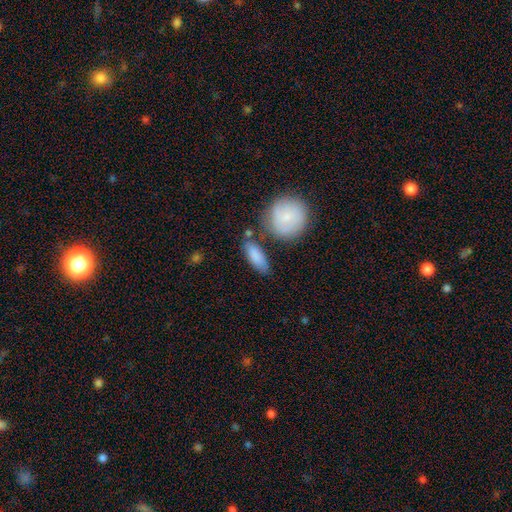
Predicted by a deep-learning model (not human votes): Overall: smooth (83%). How rounded: in between (73%). Merging: none (67%).